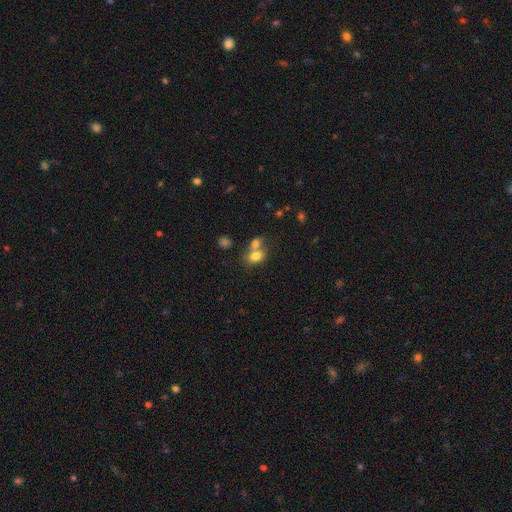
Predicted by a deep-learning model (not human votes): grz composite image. It shows a smooth galaxy with no disk features (77%) that is in between round and cigar-shaped (62%). Merging: merger (53%).